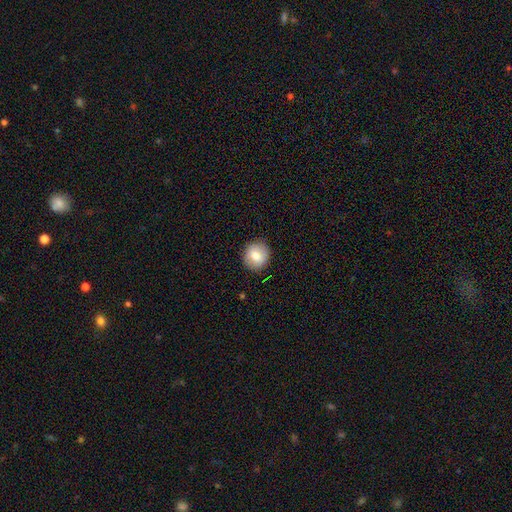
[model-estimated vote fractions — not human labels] smooth 79%, featured or disk 13%, star or artifact 8%. Down the decision tree: how rounded — round (87%); merging — none (89%).